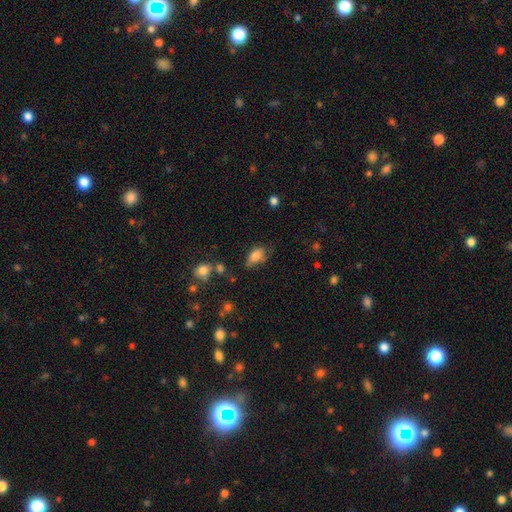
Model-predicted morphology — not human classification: Overall: smooth (82%). How rounded: in between (90%). Merging: none (51%; minor disturbance 32%).